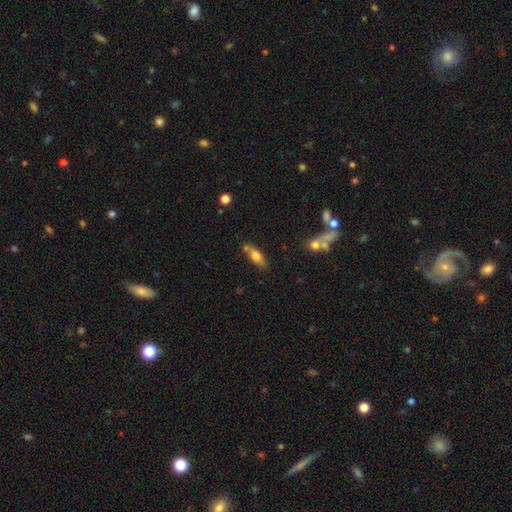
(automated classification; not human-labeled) This is likely a smooth galaxy (71%). How rounded: likely in between (67%). Merging: likely none (64%).